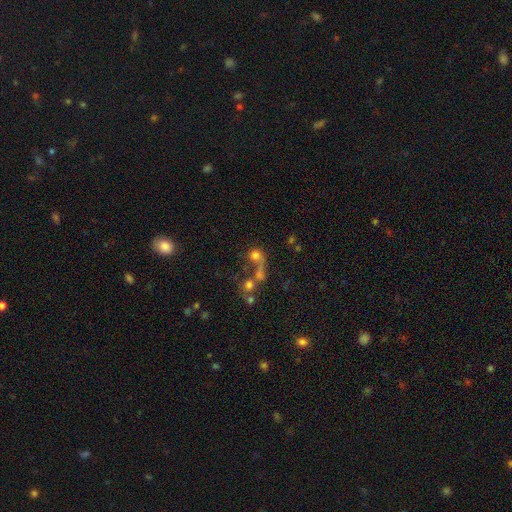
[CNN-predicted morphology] smooth 62%, featured or disk 22%, star or artifact 16%. Down the decision tree: how rounded — round (77%); merging — merger (47%).